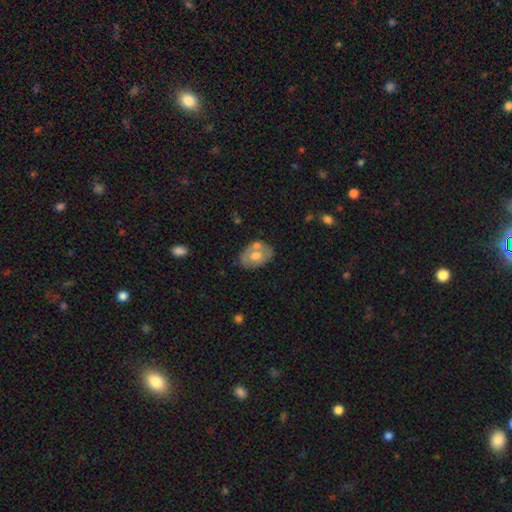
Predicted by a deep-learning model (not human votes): The model was most divided on "smooth or featured": smooth: 54%, featured or disk: 40%, star or artifact: 6%. More confident: how rounded — in between (83%); merging — none (56%).